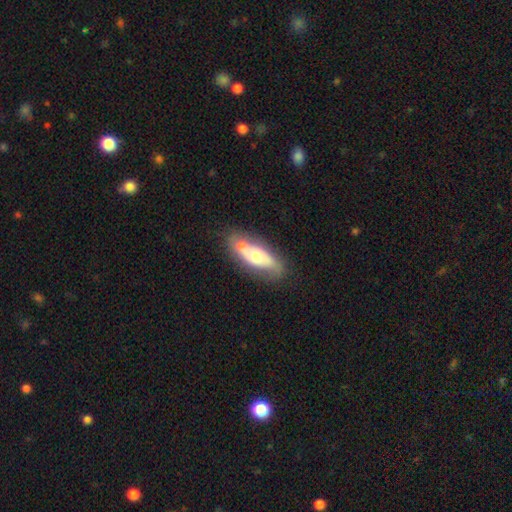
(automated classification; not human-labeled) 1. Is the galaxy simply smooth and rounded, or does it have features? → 48% featured or disk, 45% smooth, 6% star or artifact.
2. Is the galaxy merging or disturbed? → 49% none, 28% merger, 17% minor disturbance, 6% major disturbance.